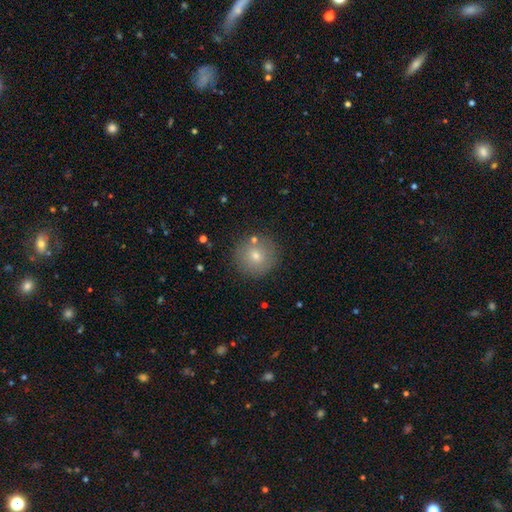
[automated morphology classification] This is likely a smooth galaxy (73%). How rounded: clearly round (95%). Merging: clearly none (84%).